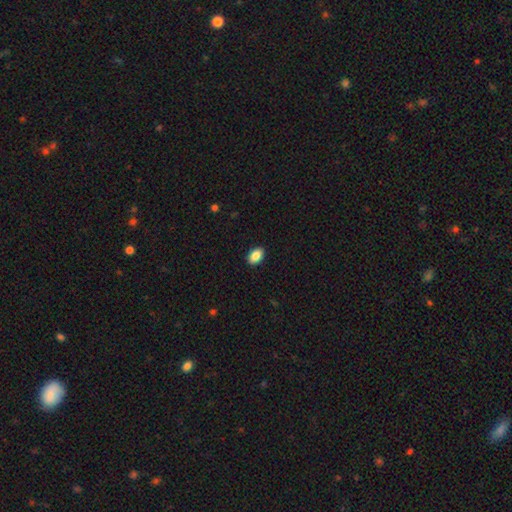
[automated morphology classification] Smooth or featured: smooth — 88% (star or artifact — 8%)
How rounded: in between — 89% (round — 10%)
Merging: none — 91% (minor disturbance — 7%)